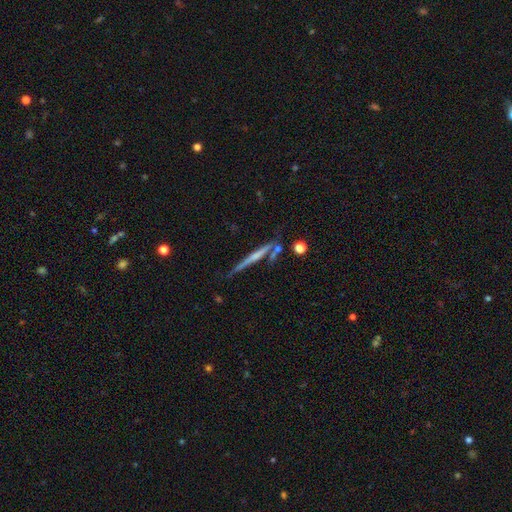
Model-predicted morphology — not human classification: smooth_or_featured: featured or disk (p=0.64) [alt: smooth p=0.29]
disk_edge_on: yes (p=0.97) [alt: no p=0.03]
edge_on_bulge: none (p=0.52) [alt: rounded p=0.38]
merging: none (p=0.76) [alt: minor disturbance p=0.13]